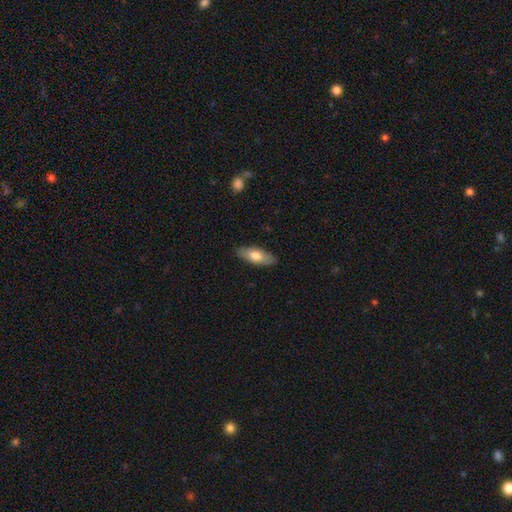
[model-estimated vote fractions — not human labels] smooth-or-featured: smooth: 69% | featured or disk: 26% | star or artifact: 5%
  how-rounded: in between: 77% | cigar-shaped: 20% | round: 2%
  merging: none: 87% | minor disturbance: 10% | major disturbance: 2% | merger: 1%